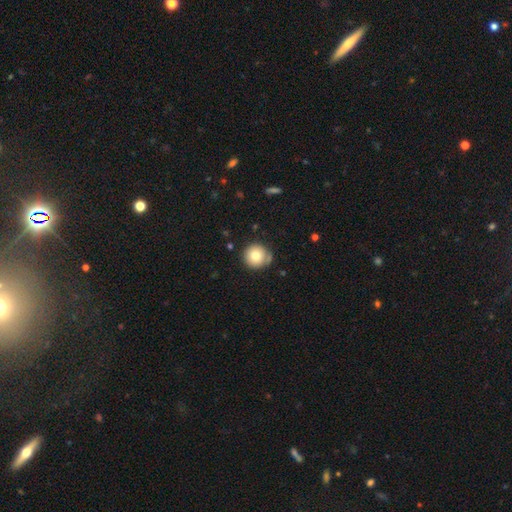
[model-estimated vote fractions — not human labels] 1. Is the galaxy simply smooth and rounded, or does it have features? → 76% smooth, 14% featured or disk, 10% star or artifact.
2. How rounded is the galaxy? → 95% round, 4% in between, 1% cigar-shaped.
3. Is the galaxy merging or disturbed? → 80% none, 12% minor disturbance, 5% merger, 3% major disturbance.